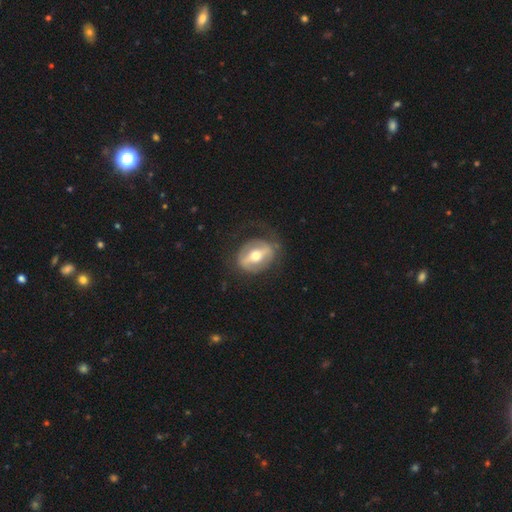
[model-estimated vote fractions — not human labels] This is likely a featured or disk galaxy (70%). It is clearly not viewed edge-on (88%). Bar: likely strong (66%). Spiral arm pattern: likely no (61%). Central bulge: likely moderate (73%). Merging: likely none (68%).